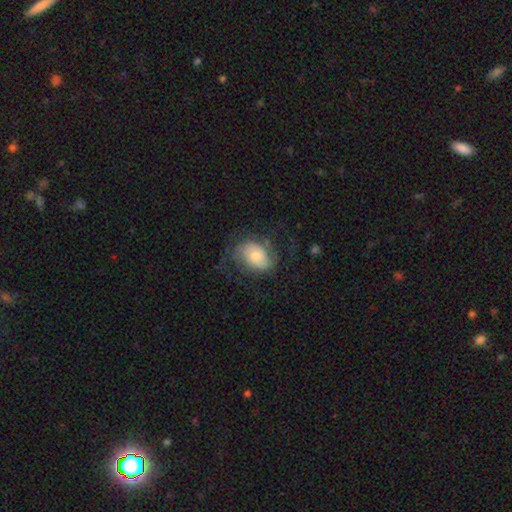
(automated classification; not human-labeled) Smooth or featured: featured or disk — 54% (smooth — 38%)
Edge-on disk: no — 97% (yes — 3%)
Bar: no — 70% (weak — 25%)
Spiral arms: yes — 82% (no — 18%)
Bulge size: moderate — 49% (small — 30%)
Merging: none — 57% (major disturbance — 21%)